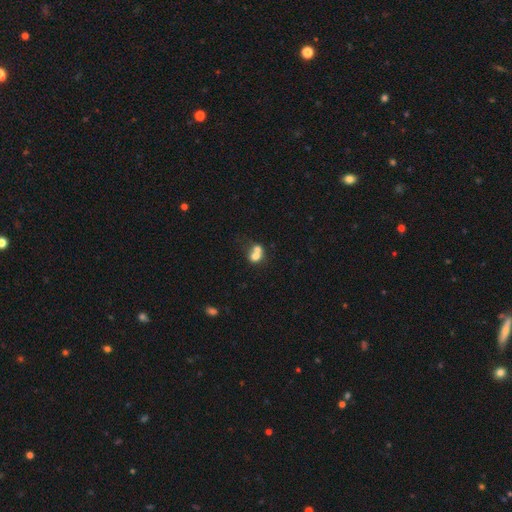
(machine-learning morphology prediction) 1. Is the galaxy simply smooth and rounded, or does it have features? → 68% smooth, 21% featured or disk, 11% star or artifact.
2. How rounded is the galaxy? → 62% round, 37% in between, 1% cigar-shaped.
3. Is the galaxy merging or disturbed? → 67% merger, 23% none, 6% minor disturbance, 4% major disturbance.